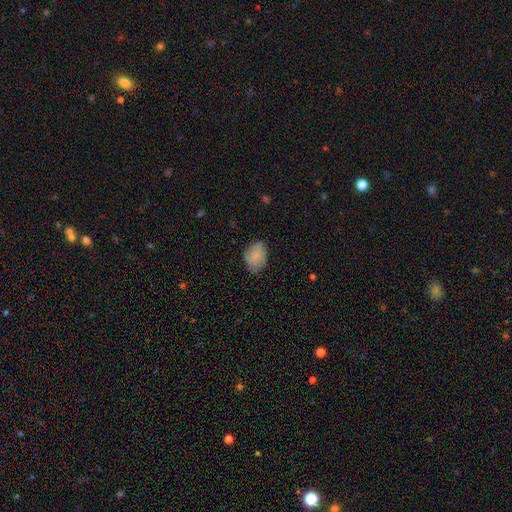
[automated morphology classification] The model was most divided on "merging": none: 71%, minor disturbance: 23%, major disturbance: 5%, merger: 1%. More confident: how rounded — in between (80%); smooth or featured — smooth (76%).